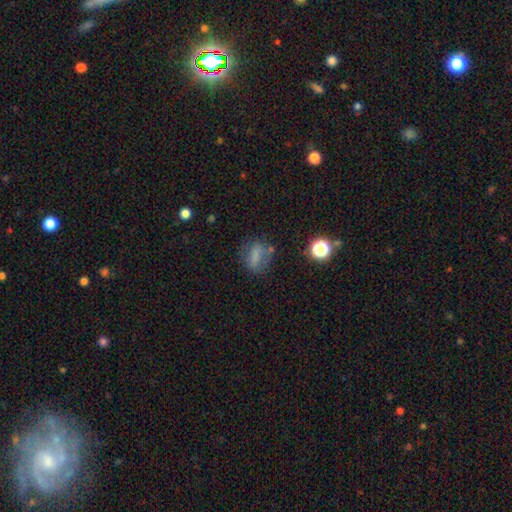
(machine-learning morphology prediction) The model was most divided on "how rounded": in between: 59%, round: 31%, cigar-shaped: 10%. More confident: smooth or featured — smooth (64%); merging — none (58%).